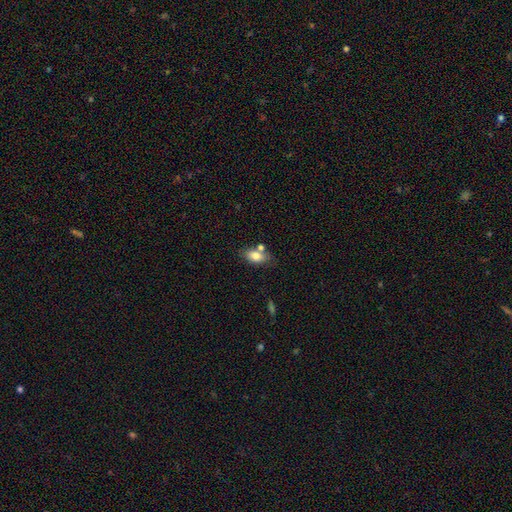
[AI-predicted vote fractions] The model was most divided on "merging": none: 59%, merger: 21%, minor disturbance: 16%, major disturbance: 5%. More confident: how rounded — in between (88%); smooth or featured — smooth (78%).